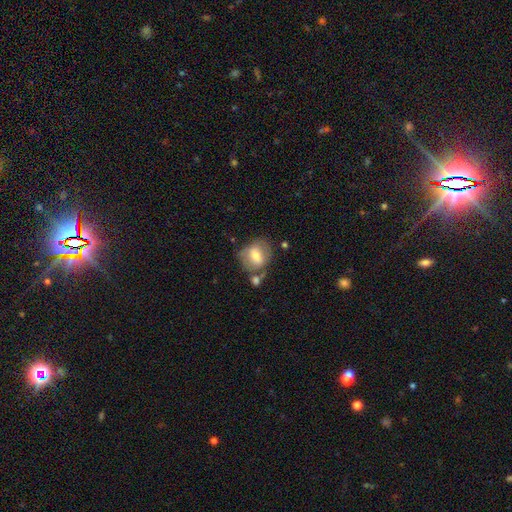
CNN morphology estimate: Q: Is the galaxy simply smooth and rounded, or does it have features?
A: smooth — 60%.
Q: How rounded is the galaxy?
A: round — 57%.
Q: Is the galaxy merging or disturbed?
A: none — 49%.